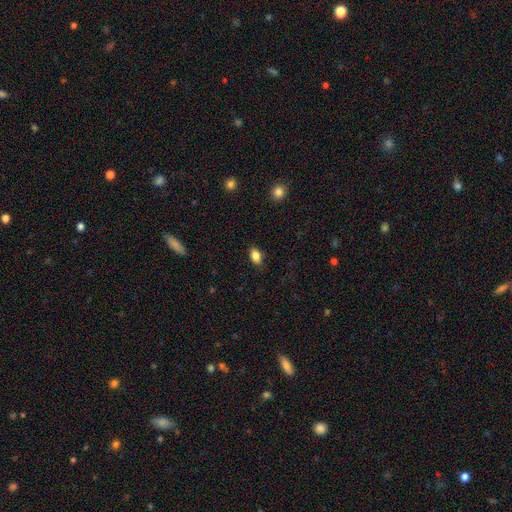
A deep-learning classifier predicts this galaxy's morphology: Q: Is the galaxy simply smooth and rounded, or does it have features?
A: smooth — 85%.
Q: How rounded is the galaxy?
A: in between — 87%.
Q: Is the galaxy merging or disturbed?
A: none — 86%.